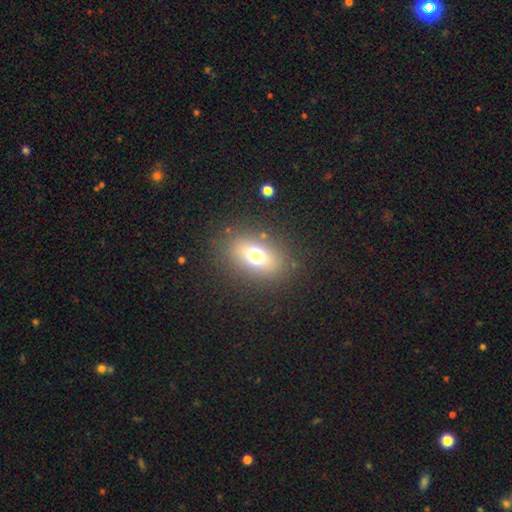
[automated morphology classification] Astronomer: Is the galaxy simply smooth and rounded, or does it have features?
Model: smooth — 68%.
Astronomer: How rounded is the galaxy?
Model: in between — 69%.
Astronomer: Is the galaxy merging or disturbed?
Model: none — 84%.